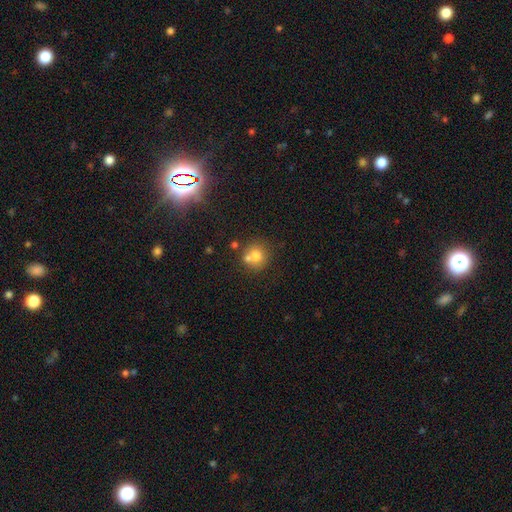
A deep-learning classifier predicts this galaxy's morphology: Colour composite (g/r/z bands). It shows a smooth galaxy with no disk features (74%) that is round (87%). Merging: none (56%).